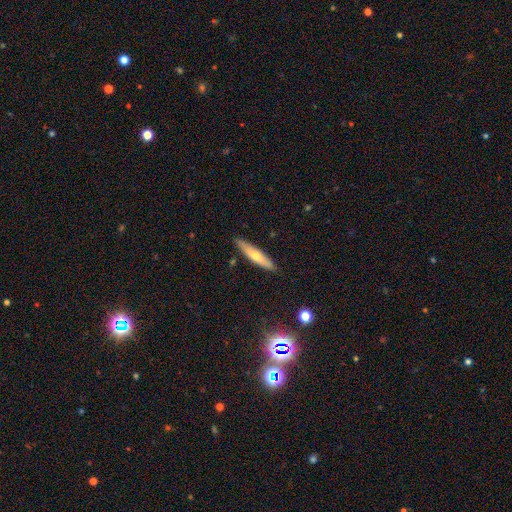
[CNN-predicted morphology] The model was most divided on "smooth or featured": smooth: 53%, featured or disk: 41%, star or artifact: 6%. More confident: merging — none (87%); how rounded — cigar-shaped (84%).